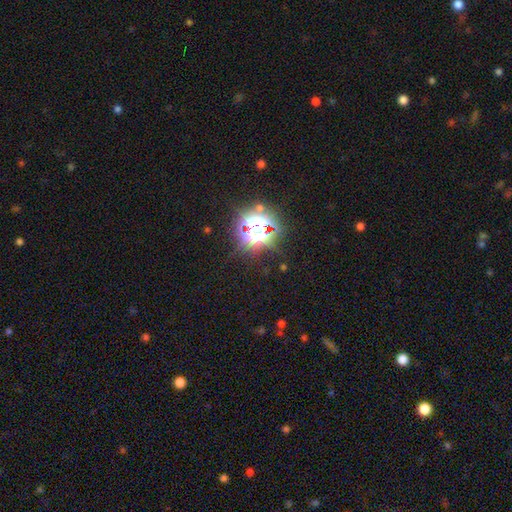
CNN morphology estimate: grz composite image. It shows a star or artifact, not a galaxy (85%).